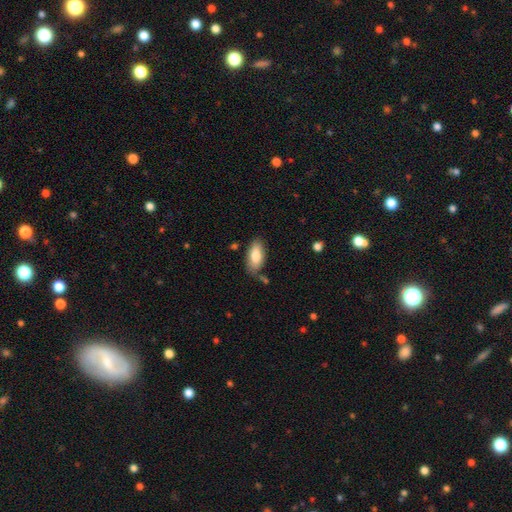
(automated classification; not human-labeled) A smooth galaxy with no disk features (80%) that is in between round and cigar-shaped (88%). Merging: none (75%).